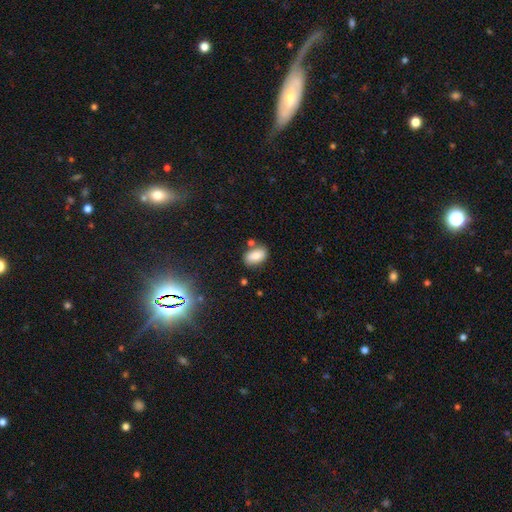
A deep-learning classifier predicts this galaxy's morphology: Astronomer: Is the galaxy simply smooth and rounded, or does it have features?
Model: smooth — 83%.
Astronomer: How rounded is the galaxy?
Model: in between — 91%.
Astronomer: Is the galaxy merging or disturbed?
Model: none — 72%.